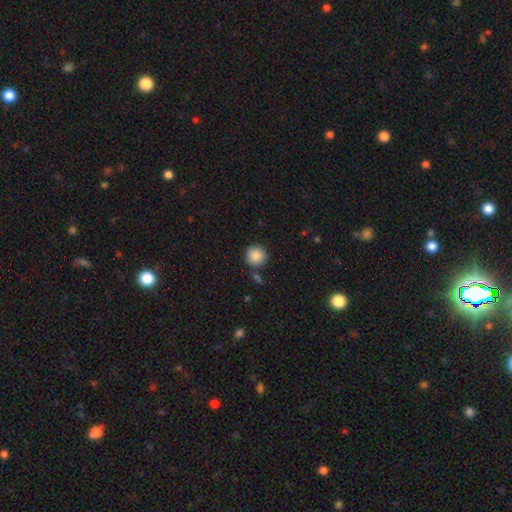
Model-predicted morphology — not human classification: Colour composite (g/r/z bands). It shows a smooth galaxy with no disk features (88%) that is round (94%). Merging: none (82%).